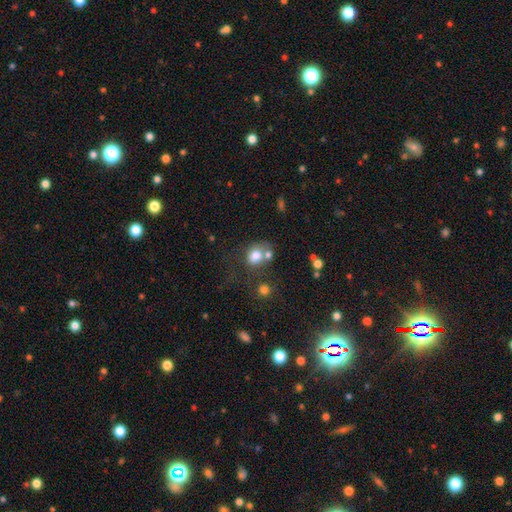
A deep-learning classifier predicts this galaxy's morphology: A smooth galaxy with no disk features (76%) that is round (56%). Merging: none (42%).